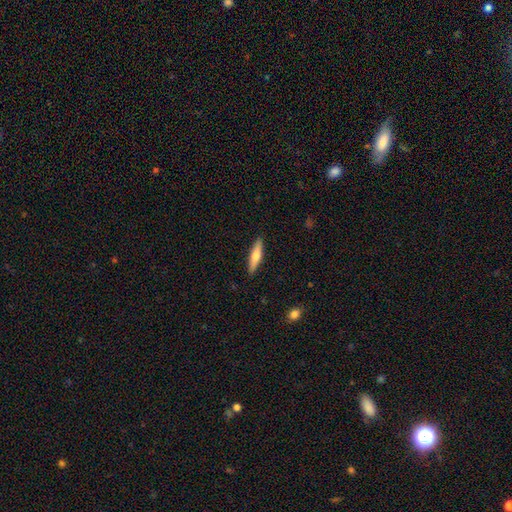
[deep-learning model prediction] Smooth or featured?
  - smooth: 63% *
  - featured or disk: 31%
  - star or artifact: 5%
How rounded?
  - cigar-shaped: 79% *
  - in between: 20%
  - round: 2%
Merging?
  - none: 89% *
  - minor disturbance: 8%
  - major disturbance: 2%
  - merger: 1%